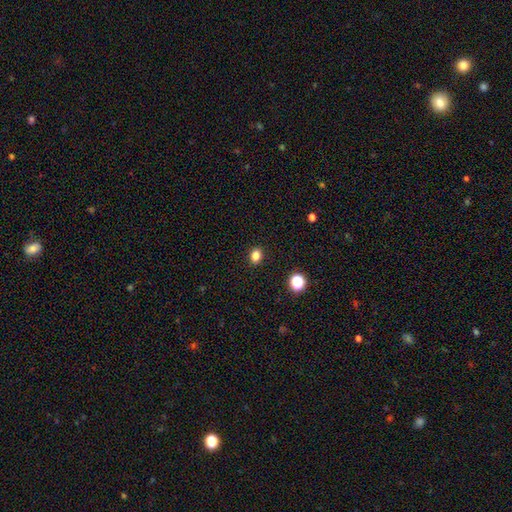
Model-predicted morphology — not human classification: smooth_or_featured: smooth (p=0.82) [alt: star or artifact p=0.13]
how_rounded: in between (p=0.54) [alt: round p=0.45]
merging: none (p=0.90) [alt: minor disturbance p=0.07]